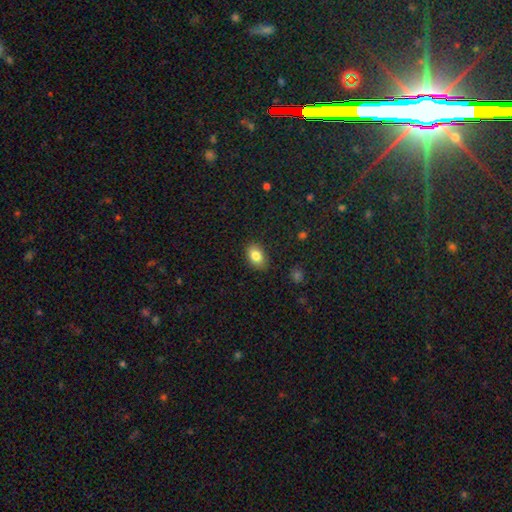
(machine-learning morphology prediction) Q: Smooth or featured?
A: smooth (84%); runner-up: star or artifact (8%)
Q: How rounded?
A: in between (85%); runner-up: round (13%)
Q: Merging?
A: none (86%); runner-up: minor disturbance (10%)